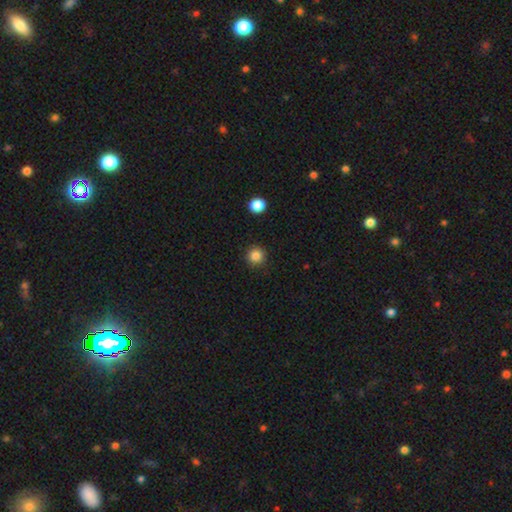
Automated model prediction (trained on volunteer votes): This is clearly a smooth galaxy (85%). How rounded: clearly round (95%). Merging: clearly none (92%).